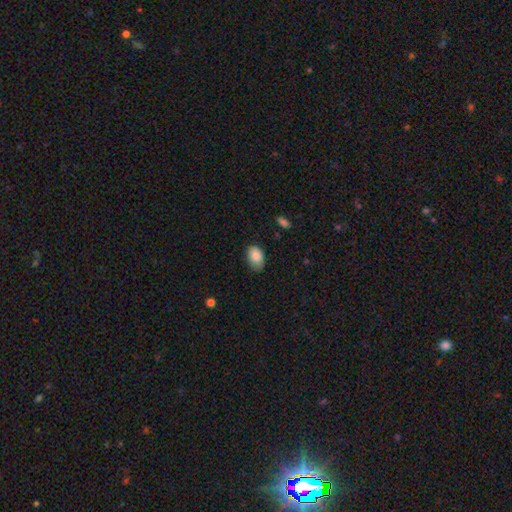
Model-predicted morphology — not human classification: This is clearly a smooth galaxy (86%). How rounded: clearly in between (87%). Merging: likely none (66%).